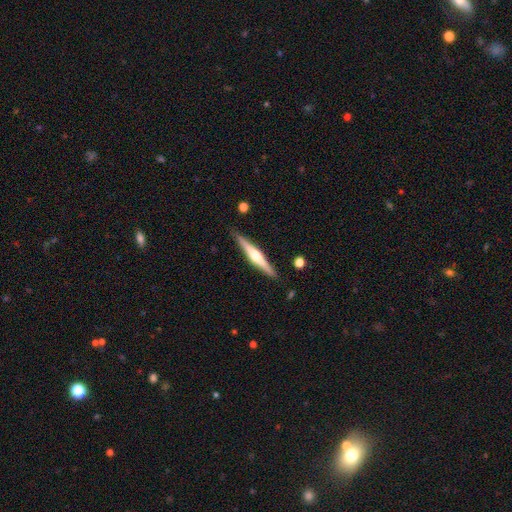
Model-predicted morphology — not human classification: The model was most divided on "smooth or featured": featured or disk: 69%, smooth: 26%, star or artifact: 5%. More confident: edge-on disk — yes (98%); edge-on bulge — rounded (89%); merging — none (89%).